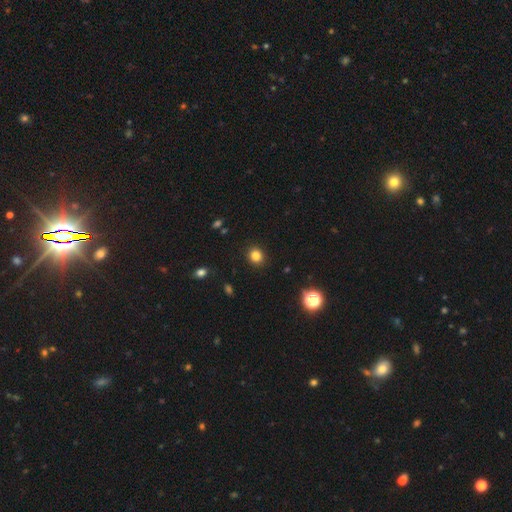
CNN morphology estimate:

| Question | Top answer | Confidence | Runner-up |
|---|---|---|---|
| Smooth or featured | smooth | 83% | star or artifact (13%) |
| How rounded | round | 82% | in between (17%) |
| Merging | none | 91% | minor disturbance (6%) |